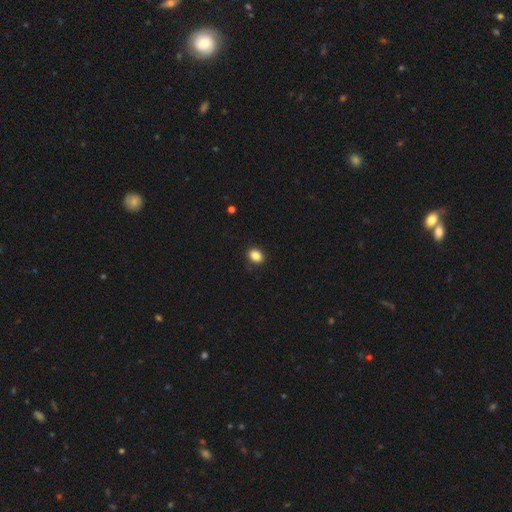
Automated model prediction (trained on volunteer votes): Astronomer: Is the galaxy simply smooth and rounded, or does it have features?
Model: smooth — 86%.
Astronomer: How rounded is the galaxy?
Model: in between — 57% (runner-up: round, 42%).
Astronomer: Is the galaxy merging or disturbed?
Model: none — 88%.